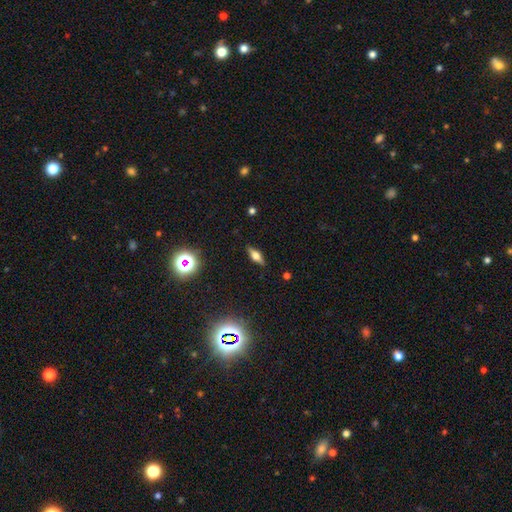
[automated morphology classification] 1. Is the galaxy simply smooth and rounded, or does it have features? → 45% smooth, 42% featured or disk, 13% star or artifact.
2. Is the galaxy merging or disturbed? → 87% none, 10% minor disturbance, 2% major disturbance, 1% merger.